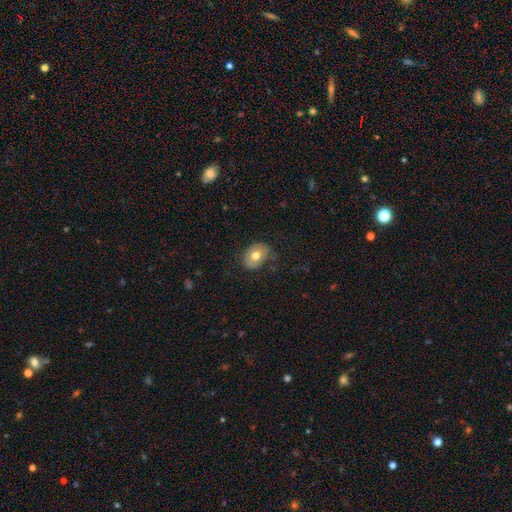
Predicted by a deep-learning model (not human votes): This appears to be a smooth galaxy with no disk features (65%) that is in between round and cigar-shaped (54%). Merging: none (71%).